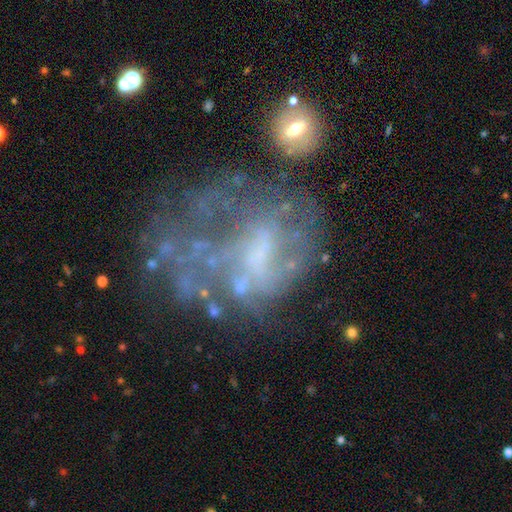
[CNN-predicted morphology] Q: Smooth or featured?
A: featured or disk (65%); runner-up: smooth (19%)
Q: Edge-on disk?
A: no (98%); runner-up: yes (2%)
Q: Bar?
A: no (70%); runner-up: weak (23%)
Q: Spiral arms?
A: no (78%); runner-up: yes (22%)
Q: Bulge size?
A: none (57%); runner-up: small (23%)
Q: Merging?
A: major disturbance (35%); runner-up: none (33%)